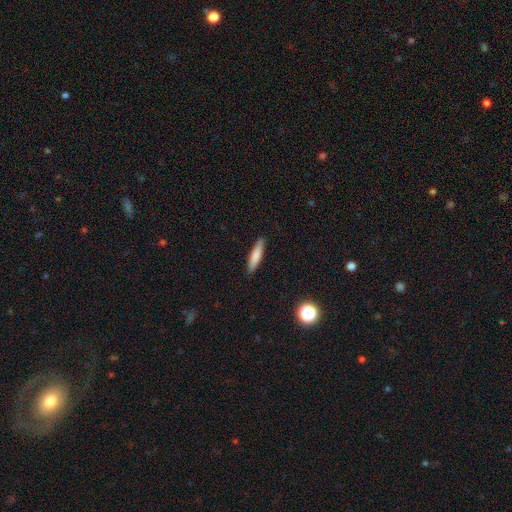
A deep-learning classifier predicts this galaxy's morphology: Smooth or featured? smooth (77%)
How rounded? cigar-shaped (85%)
Merging? none (90%)